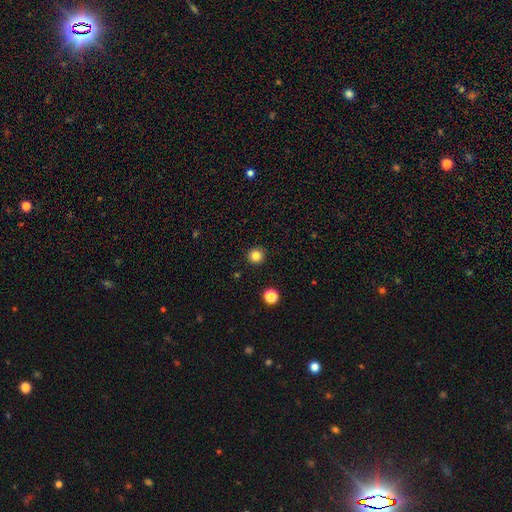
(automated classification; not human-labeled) smooth_or_featured: smooth (p=0.83) [alt: star or artifact p=0.12]
how_rounded: round (p=0.95) [alt: in between p=0.04]
merging: none (p=0.93) [alt: minor disturbance p=0.04]